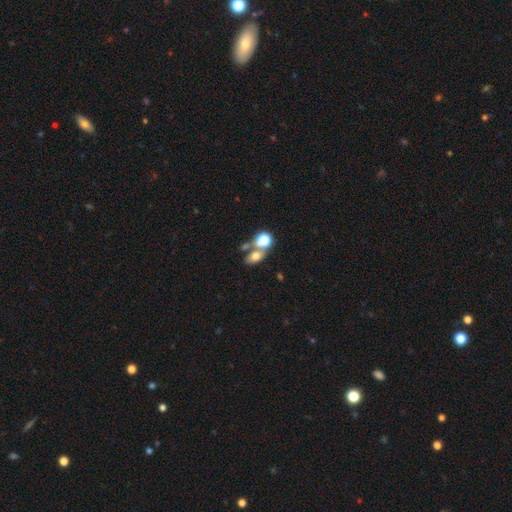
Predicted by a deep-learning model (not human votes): This appears to be a smooth galaxy with no disk features (66%) that is in between round and cigar-shaped (71%). Merging: merger (42%).